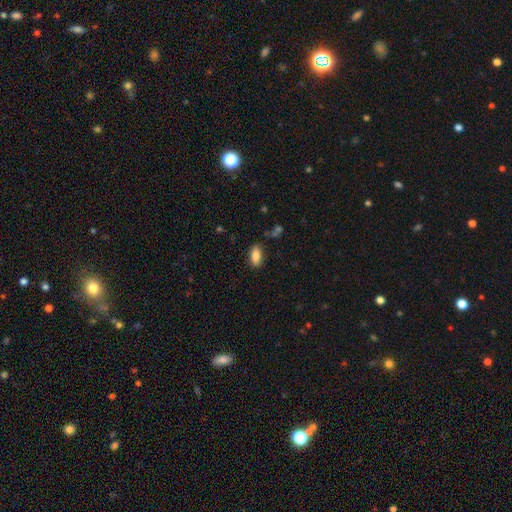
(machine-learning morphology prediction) This is clearly a smooth galaxy (85%). How rounded: clearly in between (89%). Merging: clearly none (82%).